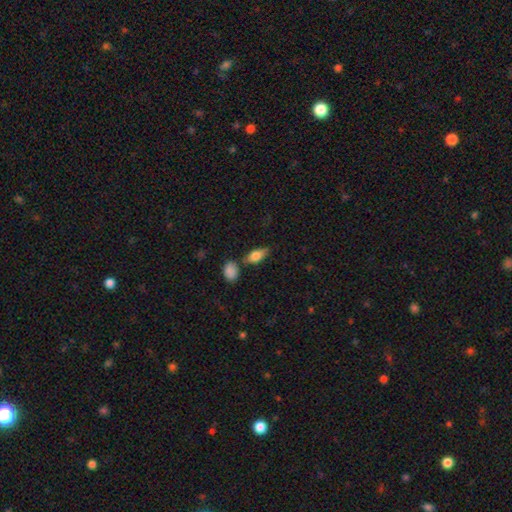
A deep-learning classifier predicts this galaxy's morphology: A smooth galaxy with no disk features (71%) that is in between round and cigar-shaped (79%).

Vote fractions:
- Smooth or featured? smooth: 71% / featured or disk: 22% / star or artifact: 7%
- How rounded? in between: 79% / cigar-shaped: 16% / round: 5%
- Merging? none: 71% / minor disturbance: 15% / merger: 10% / major disturbance: 4%